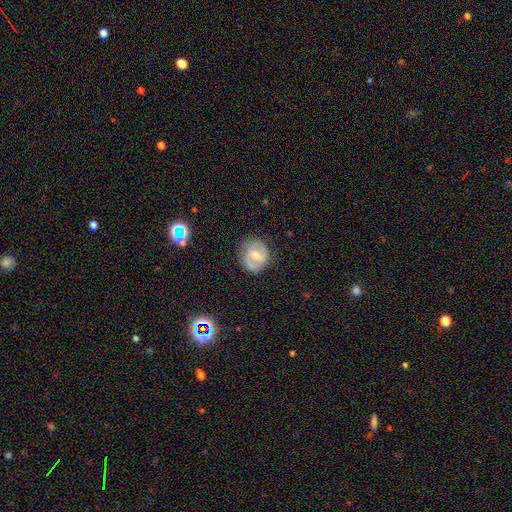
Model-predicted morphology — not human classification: A featured or disk galaxy (67%) with a weak bar (51%), 2 (84%) medium (48%) spiral arms (88%) and a moderate central bulge (60%). Merging: none (78%).